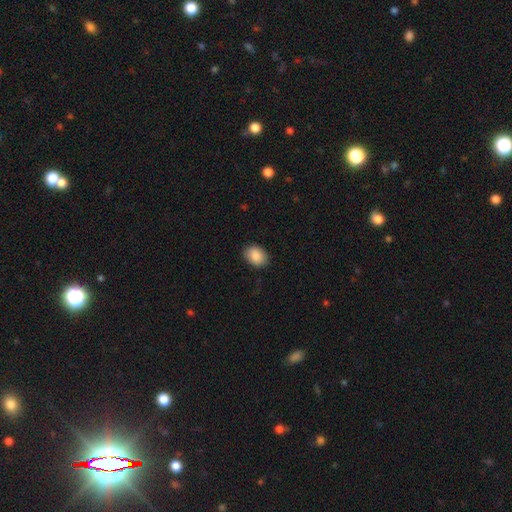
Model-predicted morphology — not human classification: A smooth galaxy with no disk features (89%) that is in between round and cigar-shaped (76%). Merging: none (87%).